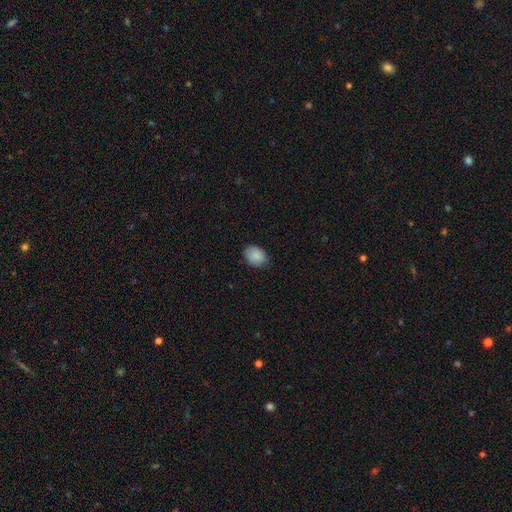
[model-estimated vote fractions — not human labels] Morphology: type=smooth (87%); roundness=in between (67%); merging=none (75%).